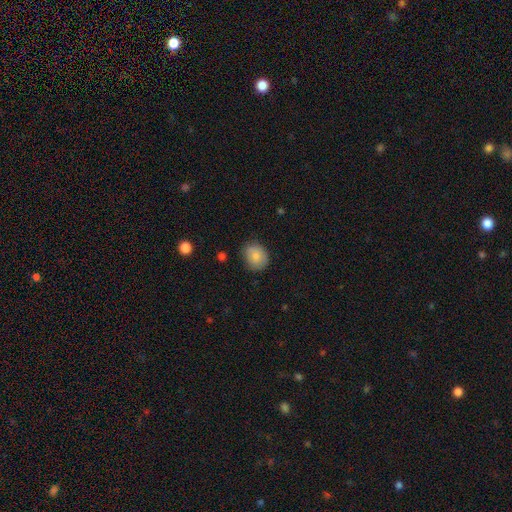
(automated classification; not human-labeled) This is clearly a smooth galaxy (82%). How rounded: possibly round (56%). Merging: likely none (78%).